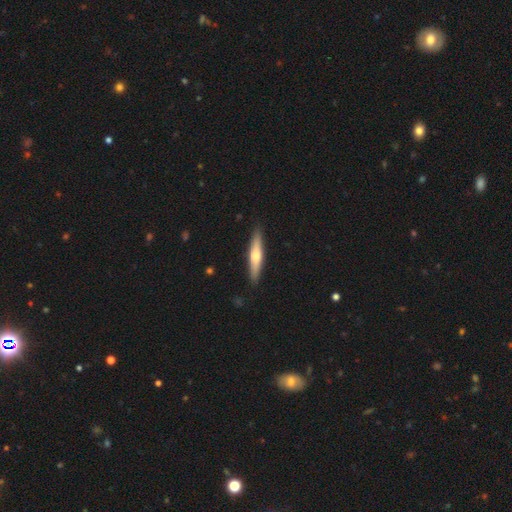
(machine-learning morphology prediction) smooth_or_featured: featured or disk (p=0.47) [tied with: smooth p=0.47]
merging: none (p=0.90) [alt: minor disturbance p=0.08]